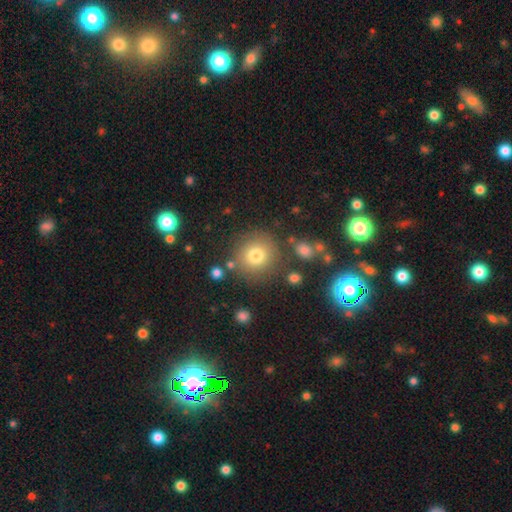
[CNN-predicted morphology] type=smooth (77%); roundness=round (91%); merging=none (81%).